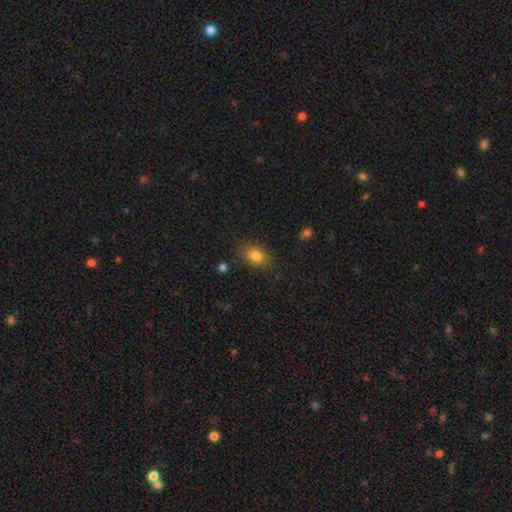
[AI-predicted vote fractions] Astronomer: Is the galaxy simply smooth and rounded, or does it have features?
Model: smooth — 83%.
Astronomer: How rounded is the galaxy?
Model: in between — 79%.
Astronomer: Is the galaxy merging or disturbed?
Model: none — 83%.